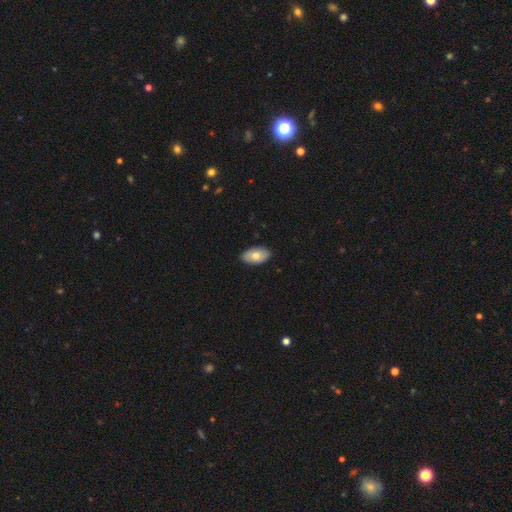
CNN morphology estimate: Smooth or featured: smooth — 75% (featured or disk — 19%)
How rounded: in between — 94% (round — 4%)
Merging: none — 89% (minor disturbance — 9%)